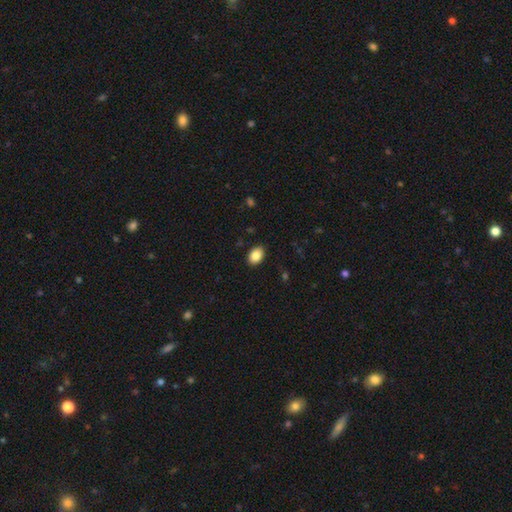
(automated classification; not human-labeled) Morphology: type=smooth (88%); roundness=in between (82%); merging=none (89%).